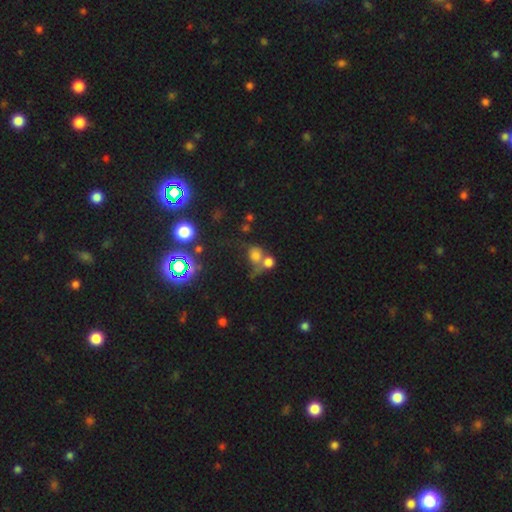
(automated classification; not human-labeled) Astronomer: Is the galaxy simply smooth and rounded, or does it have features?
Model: smooth — 64%.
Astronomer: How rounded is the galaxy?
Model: round — 72%.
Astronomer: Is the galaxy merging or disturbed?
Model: merger — 46% (runner-up: none, 31%).